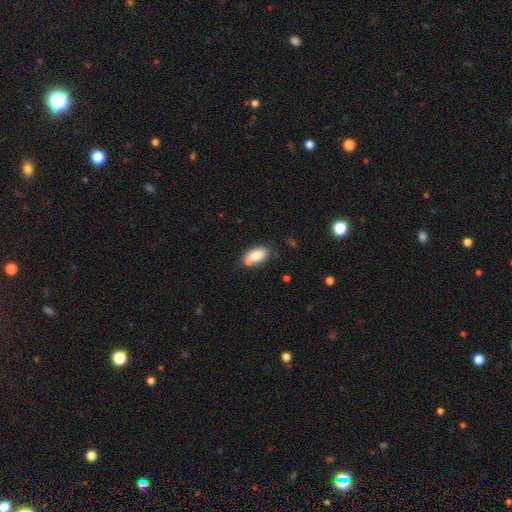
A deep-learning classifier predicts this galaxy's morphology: This is clearly a smooth galaxy (80%). How rounded: clearly in between (91%). Merging: likely none (60%).